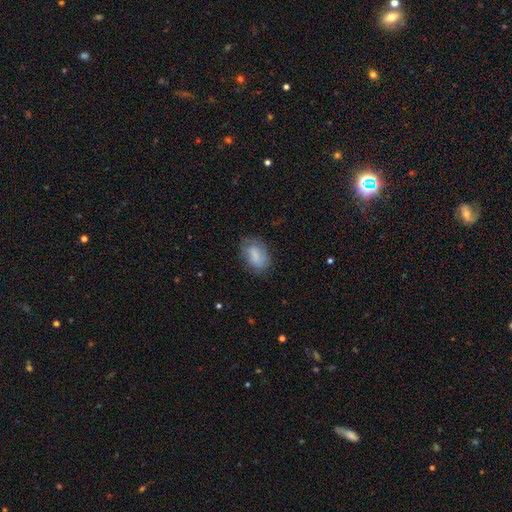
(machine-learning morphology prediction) This appears to be a smooth galaxy with no disk features (70%) that is in between round and cigar-shaped (87%). Merging: none (67%).